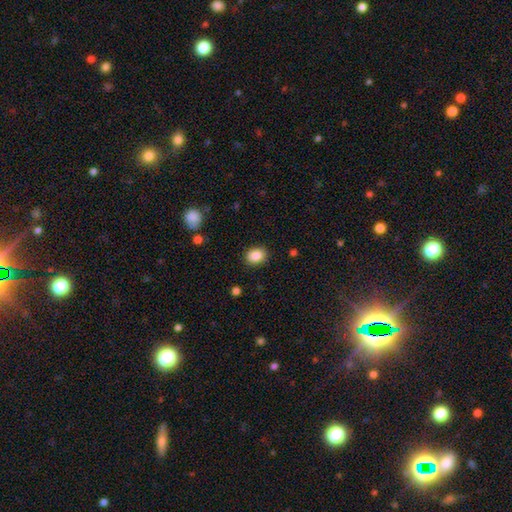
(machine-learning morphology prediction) A smooth galaxy with no disk features (87%) that is in between round and cigar-shaped (59%). Merging: none (88%).